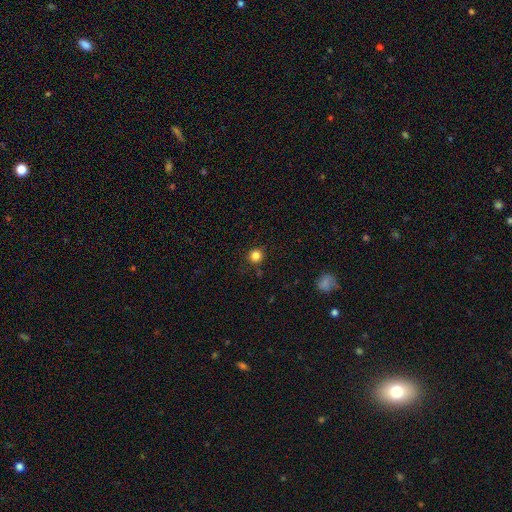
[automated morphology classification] Smooth or featured? Predicted: smooth (p=0.84). How rounded? Predicted: round (p=0.93). Merging? Predicted: none (p=0.89).